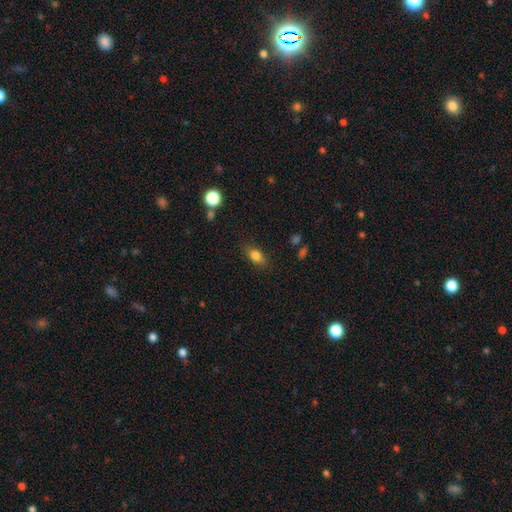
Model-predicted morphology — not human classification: Smooth or featured? Predicted: smooth (p=0.80). How rounded? Predicted: in between (p=0.79). Merging? Predicted: none (p=0.81).